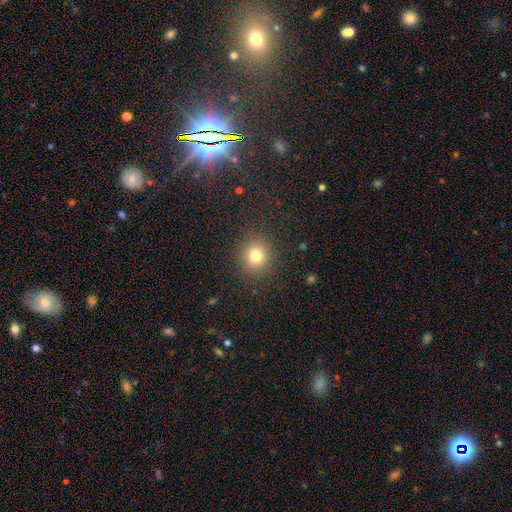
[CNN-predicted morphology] Smooth or featured?
  - smooth: 79% *
  - star or artifact: 13%
  - featured or disk: 8%
How rounded?
  - round: 88% *
  - in between: 11%
  - cigar-shaped: 1%
Merging?
  - none: 88% *
  - minor disturbance: 7%
  - major disturbance: 4%
  - merger: 1%